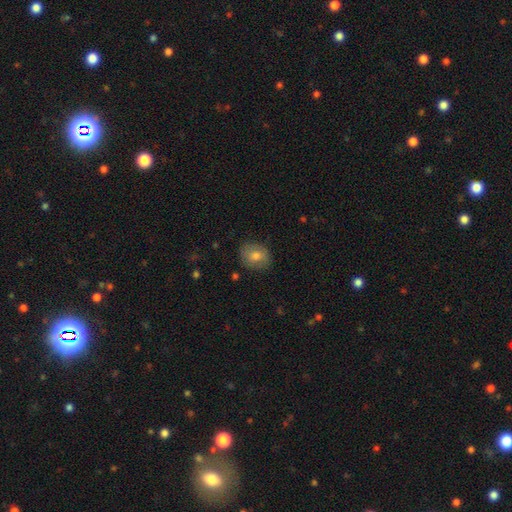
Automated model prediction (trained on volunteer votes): Overall: smooth (77%). How rounded: round (55%; in between 45%). Merging: none (82%).